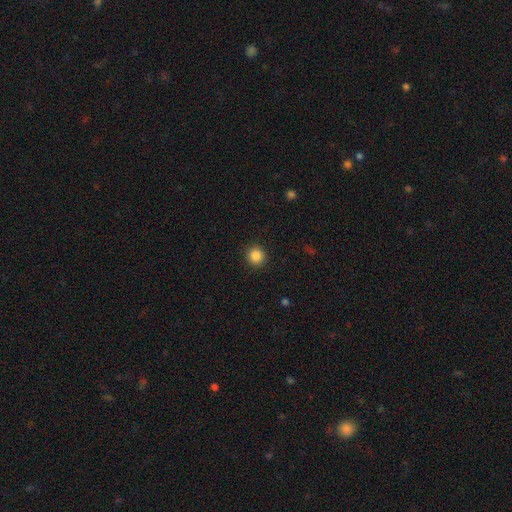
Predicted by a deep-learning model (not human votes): Smooth or featured? Predicted: smooth (p=0.86). How rounded? Predicted: round (p=0.94). Merging? Predicted: none (p=0.92).